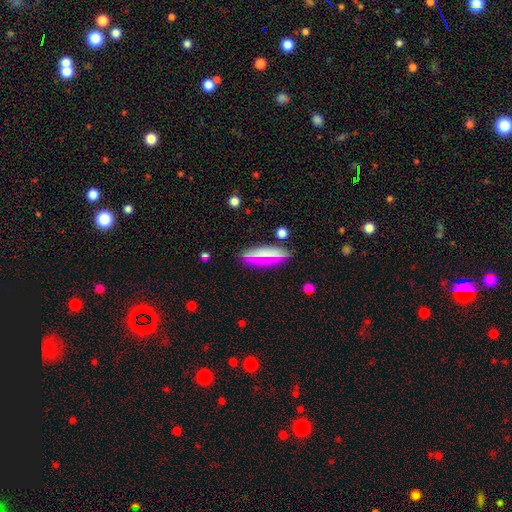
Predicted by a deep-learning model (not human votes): A smooth galaxy with no disk features (67%) that is in between round and cigar-shaped (60%). Merging: none (82%).